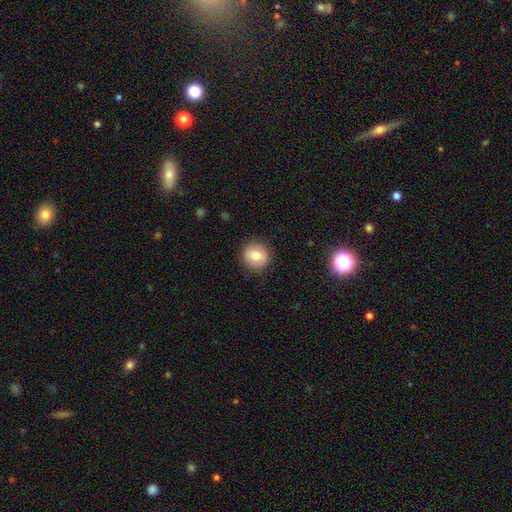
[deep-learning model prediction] A smooth galaxy with no disk features (78%) that is round (90%).

Vote fractions:
- Smooth or featured? smooth: 78% / featured or disk: 13% / star or artifact: 9%
- How rounded? round: 90% / in between: 9% / cigar-shaped: 1%
- Merging? none: 88% / minor disturbance: 9% / major disturbance: 2% / merger: 1%